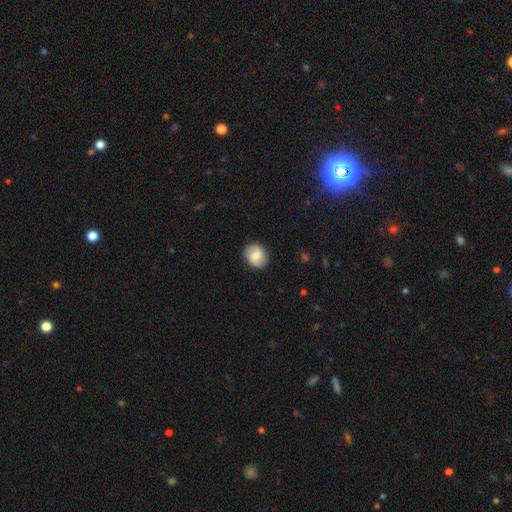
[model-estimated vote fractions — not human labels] Smooth or featured?
  - smooth: 69% *
  - featured or disk: 24%
  - star or artifact: 7%
How rounded?
  - round: 60% *
  - in between: 39%
  - cigar-shaped: 1%
Merging?
  - none: 87% *
  - minor disturbance: 10%
  - major disturbance: 2%
  - merger: 1%